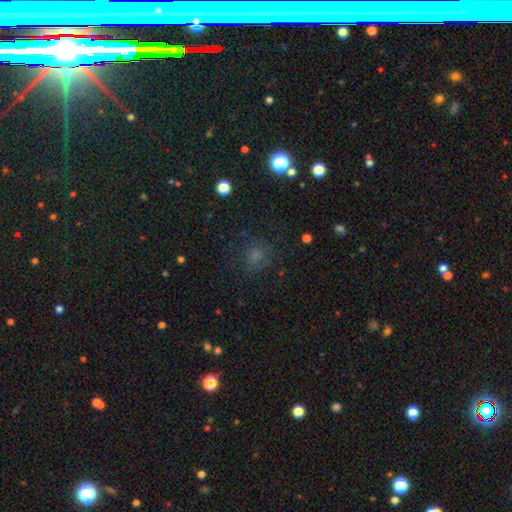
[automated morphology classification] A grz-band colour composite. It shows a smooth galaxy with no disk features (57%) that is round (71%). Merging: none (68%).